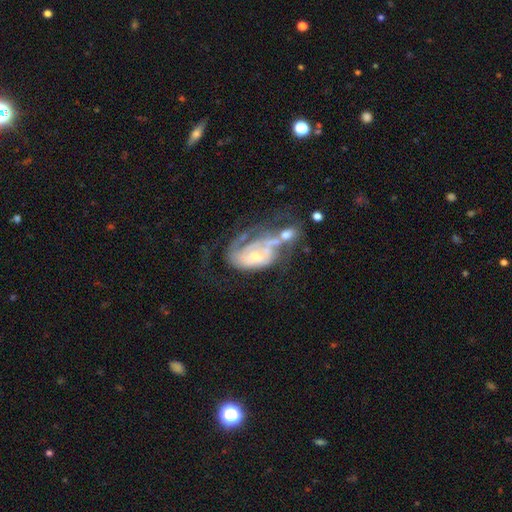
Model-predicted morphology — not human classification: Smooth or featured? Predicted: featured or disk (p=0.75). Edge-on disk? Predicted: no (p=0.97). Bar? Predicted: no (p=0.67). Spiral arms? Predicted: yes (p=0.74). Spiral winding? Predicted: tight (p=0.42). Spiral arm count? Predicted: can't tell (p=0.40). Bulge size? Predicted: small (p=0.51). Merging? Predicted: merger (p=0.36).